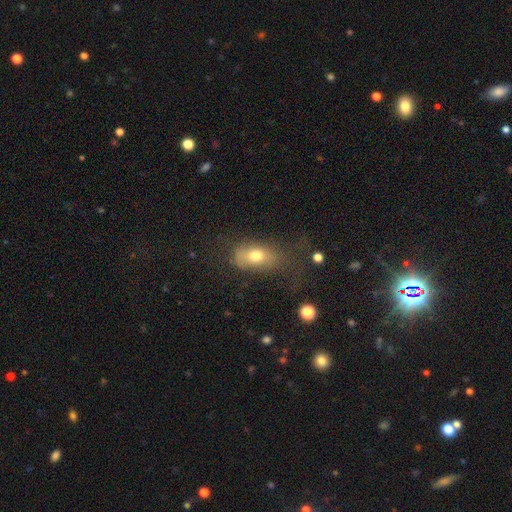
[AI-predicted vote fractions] smooth 69%, featured or disk 21%, star or artifact 11%. Down the decision tree: how rounded — in between (84%); merging — none (46%).